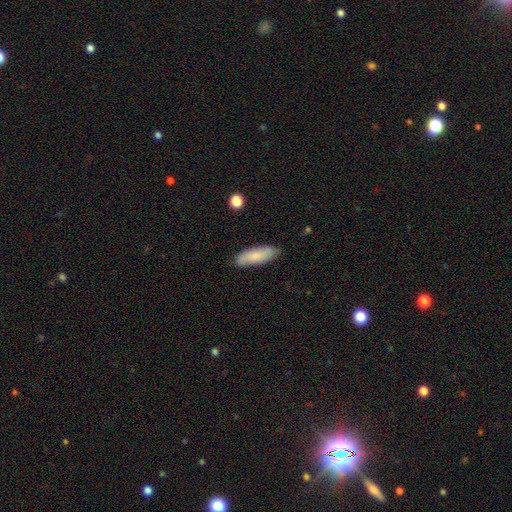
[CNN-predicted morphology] Q: Smooth or featured?
A: smooth (81%); runner-up: featured or disk (13%)
Q: How rounded?
A: in between (58%); runner-up: cigar-shaped (41%)
Q: Merging?
A: none (86%); runner-up: minor disturbance (11%)